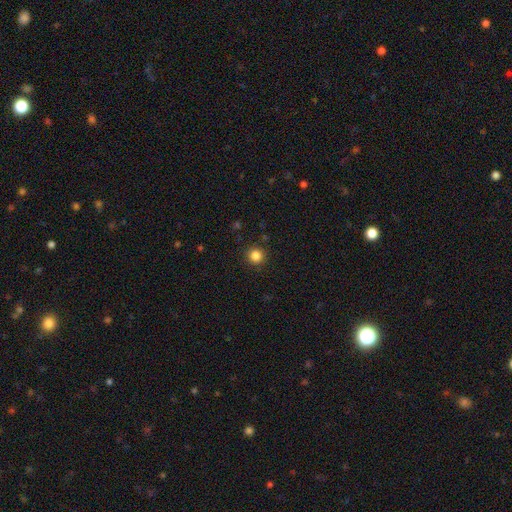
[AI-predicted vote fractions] Q: Smooth or featured?
A: smooth (85%); runner-up: star or artifact (12%)
Q: How rounded?
A: round (95%); runner-up: in between (4%)
Q: Merging?
A: none (91%); runner-up: minor disturbance (5%)